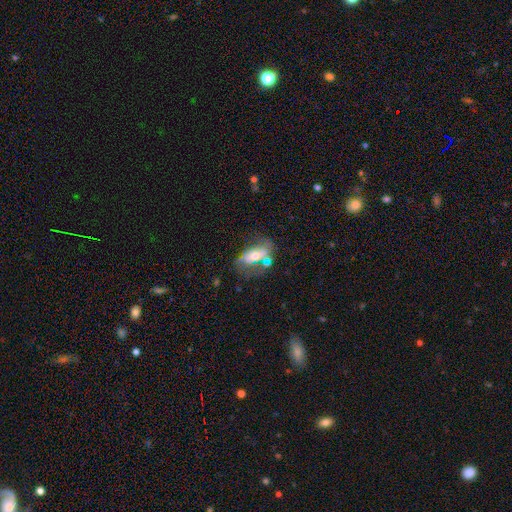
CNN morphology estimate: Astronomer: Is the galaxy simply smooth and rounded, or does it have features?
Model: featured or disk — 48% (runner-up: smooth, 44%).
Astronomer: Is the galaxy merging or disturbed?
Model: none — 35% (runner-up: merger, 24%).